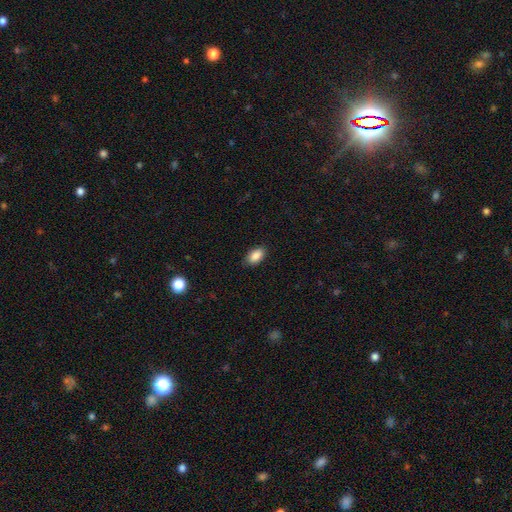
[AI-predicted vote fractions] smooth-or-featured: smooth: 89% | star or artifact: 7% | featured or disk: 4%
  how-rounded: in between: 93% | round: 5% | cigar-shaped: 2%
  merging: none: 87% | minor disturbance: 10% | major disturbance: 2% | merger: 1%